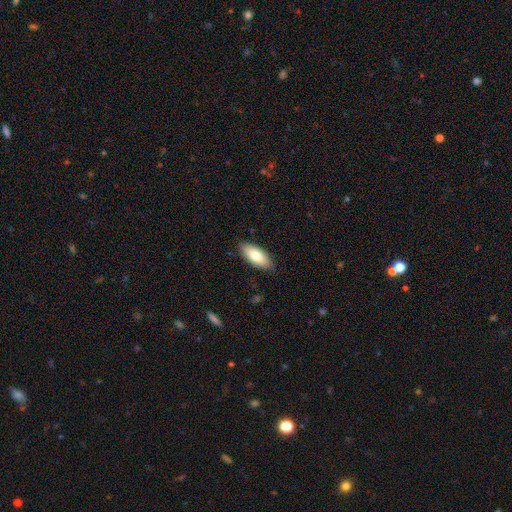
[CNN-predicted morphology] Smooth or featured? Predicted: smooth (p=0.80). How rounded? Predicted: in between (p=0.84). Merging? Predicted: none (p=0.85).